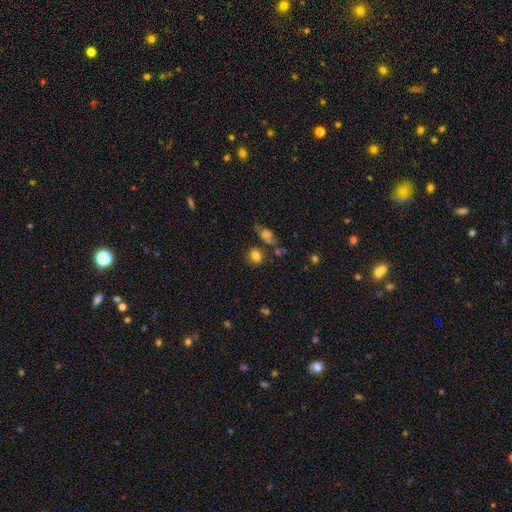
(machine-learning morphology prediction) A smooth galaxy with no disk features (80%) that is round (70%).

Vote fractions:
- Smooth or featured? smooth: 80% / star or artifact: 12% / featured or disk: 8%
- How rounded? round: 70% / in between: 29% / cigar-shaped: 1%
- Merging? none: 72% / minor disturbance: 13% / merger: 10% / major disturbance: 5%